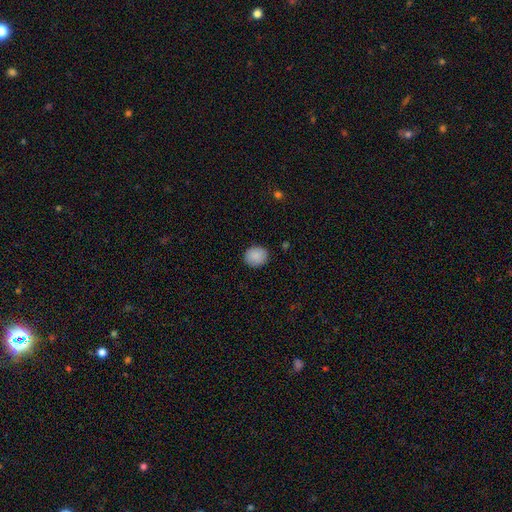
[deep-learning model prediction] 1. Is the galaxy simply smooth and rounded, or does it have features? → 89% smooth, 8% star or artifact, 4% featured or disk.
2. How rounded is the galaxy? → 73% round, 26% in between, 1% cigar-shaped.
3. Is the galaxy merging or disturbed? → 88% none, 9% minor disturbance, 2% major disturbance, 1% merger.